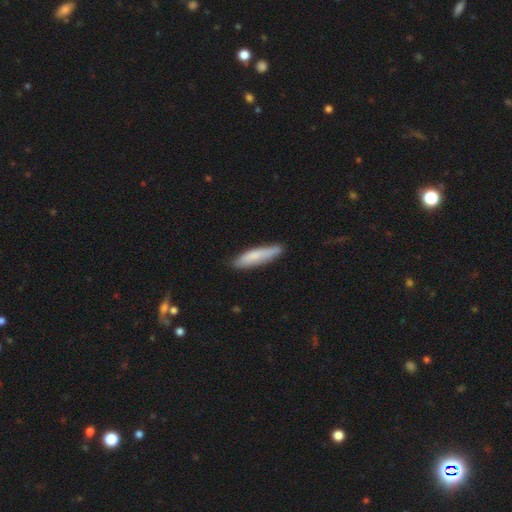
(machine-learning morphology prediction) Smooth or featured? Predicted: smooth (p=0.76). How rounded? Predicted: cigar-shaped (p=0.79). Merging? Predicted: none (p=0.78).